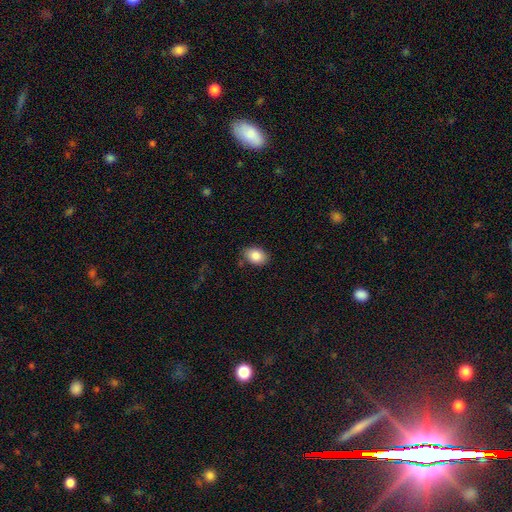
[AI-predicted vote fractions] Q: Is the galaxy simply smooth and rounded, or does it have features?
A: smooth — 86%.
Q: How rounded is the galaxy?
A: in between — 82%.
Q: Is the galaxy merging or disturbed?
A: none — 82%.